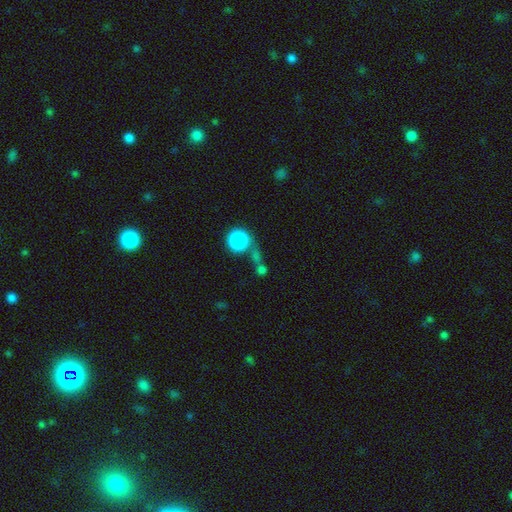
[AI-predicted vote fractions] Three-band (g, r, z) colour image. It shows a smooth galaxy with no disk features (65%) that is round (85%). Merging: none (50%).